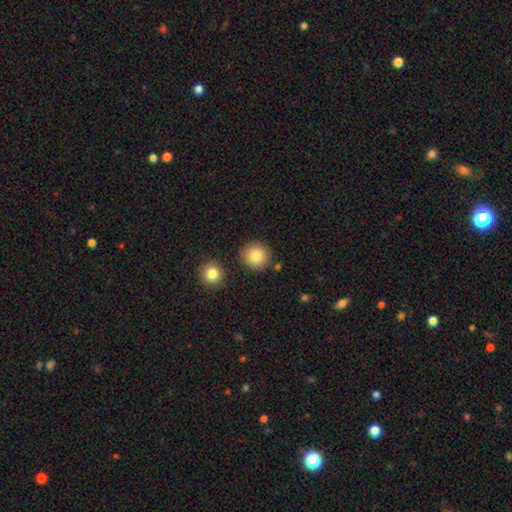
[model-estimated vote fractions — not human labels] smooth-or-featured: smooth: 85% | star or artifact: 9% | featured or disk: 6%
  how-rounded: round: 93% | in between: 6% | cigar-shaped: 1%
  merging: none: 86% | minor disturbance: 7% | merger: 5% | major disturbance: 2%